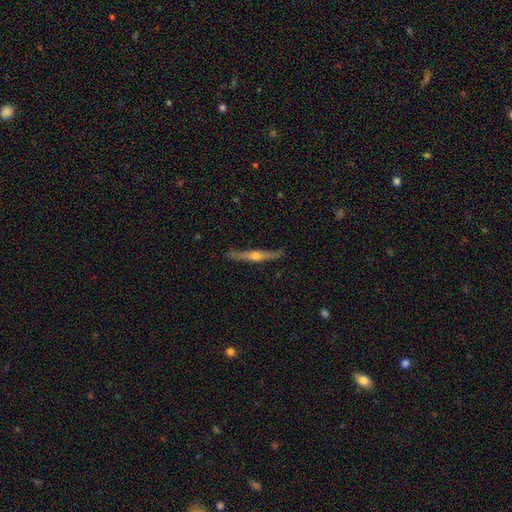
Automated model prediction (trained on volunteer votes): Smooth or featured? featured or disk (73%)
Edge-on disk? yes (97%)
Edge-on bulge? rounded (93%)
Merging? none (86%)